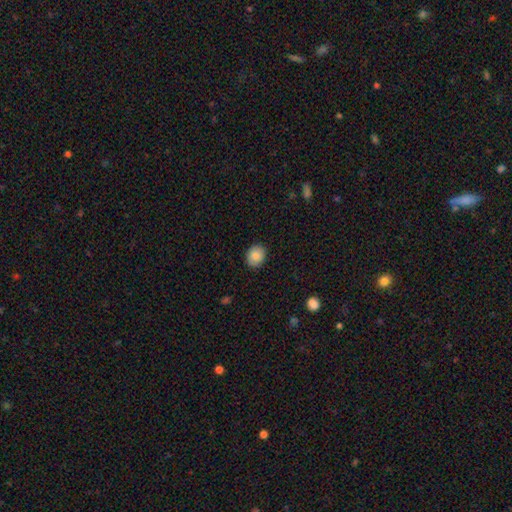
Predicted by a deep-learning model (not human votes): Morphology: type=smooth (86%); roundness=round (57%); merging=none (88%).